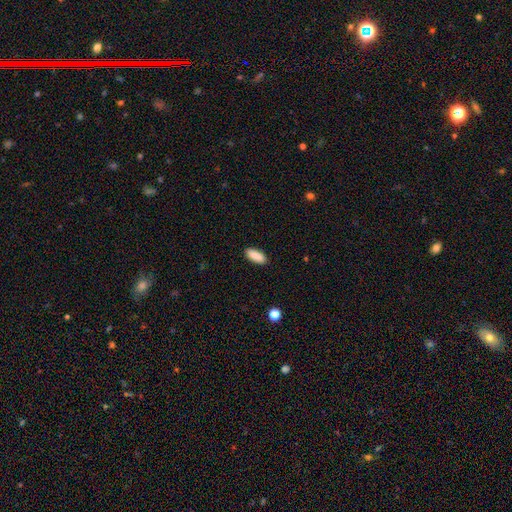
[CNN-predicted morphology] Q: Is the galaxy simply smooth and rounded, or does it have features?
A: smooth — 90%.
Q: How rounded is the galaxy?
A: in between — 79%.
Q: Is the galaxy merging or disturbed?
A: none — 90%.